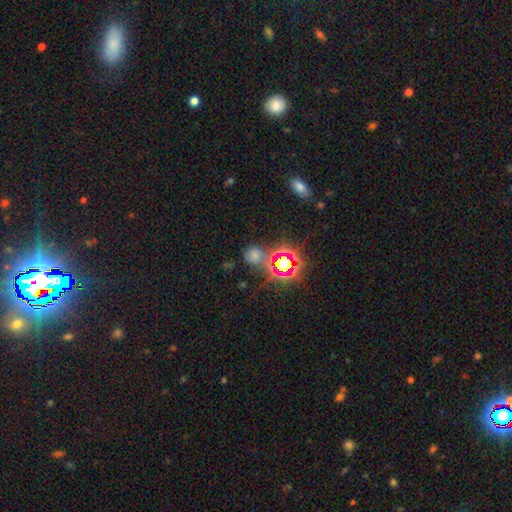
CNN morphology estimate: Q: Smooth or featured?
A: smooth (49%); runner-up: star or artifact (42%)
Q: Merging?
A: none (62%); runner-up: merger (16%)